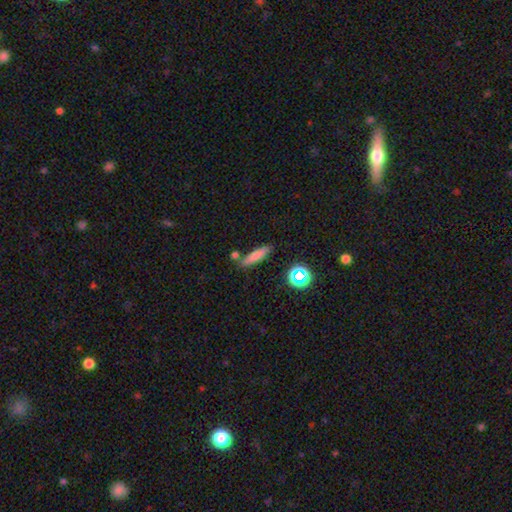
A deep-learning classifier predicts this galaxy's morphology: Smooth or featured: smooth — 74% (featured or disk — 15%)
How rounded: cigar-shaped — 78% (in between — 18%)
Merging: none — 77% (minor disturbance — 12%)